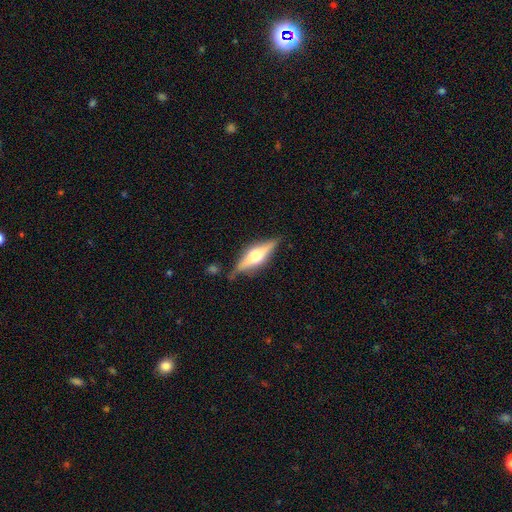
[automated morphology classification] smooth-or-featured: featured or disk: 65% | smooth: 28% | star or artifact: 6%
  disk-edge-on: yes: 95% | no: 5%
    edge-on-bulge: rounded: 89% | boxy: 8% | none: 2%
  merging: none: 79% | minor disturbance: 14% | major disturbance: 4% | merger: 3%